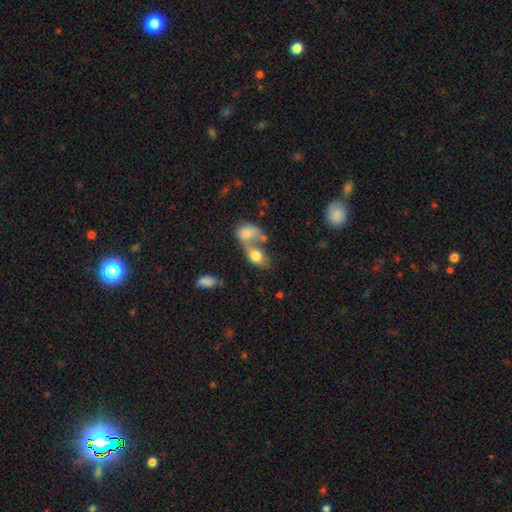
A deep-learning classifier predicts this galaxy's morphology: A smooth galaxy with no disk features (74%) that is in between round and cigar-shaped (80%).

Vote fractions:
- Smooth or featured? smooth: 74% / featured or disk: 18% / star or artifact: 8%
- How rounded? in between: 80% / round: 18% / cigar-shaped: 2%
- Merging? merger: 65% / none: 20% / minor disturbance: 8% / major disturbance: 7%